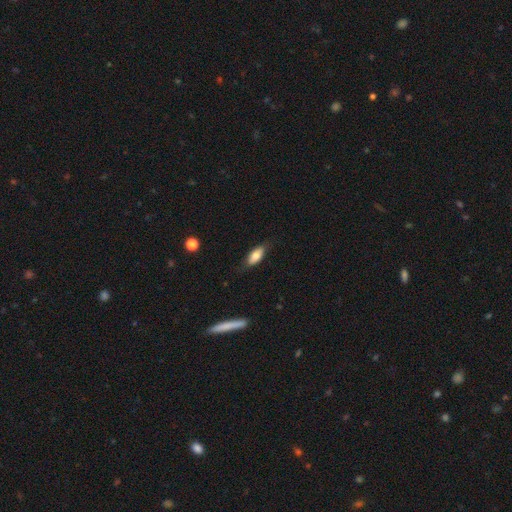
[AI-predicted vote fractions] Morphology: type=smooth (75%); roundness=in between (81%); merging=none (77%).